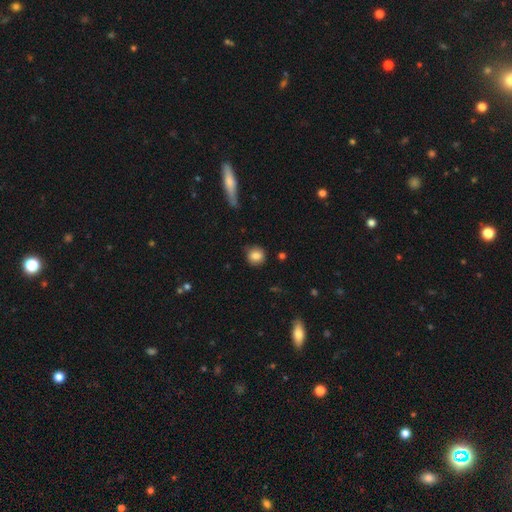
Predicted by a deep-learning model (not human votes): Smooth or featured: smooth — 83% (star or artifact — 9%)
How rounded: round — 86% (in between — 13%)
Merging: none — 81% (minor disturbance — 14%)